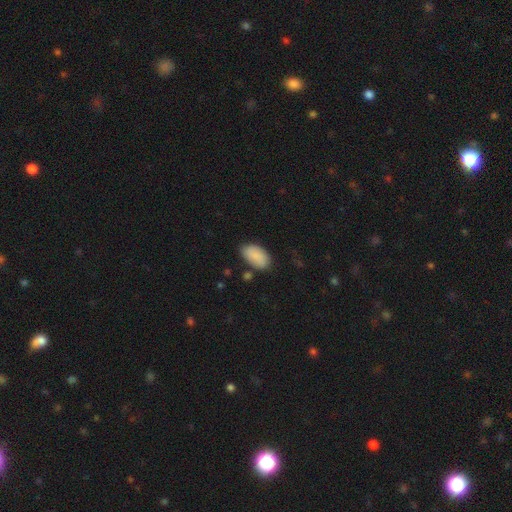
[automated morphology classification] smooth 89%, star or artifact 6%, featured or disk 5%. Down the decision tree: how rounded — in between (95%); merging — none (75%).